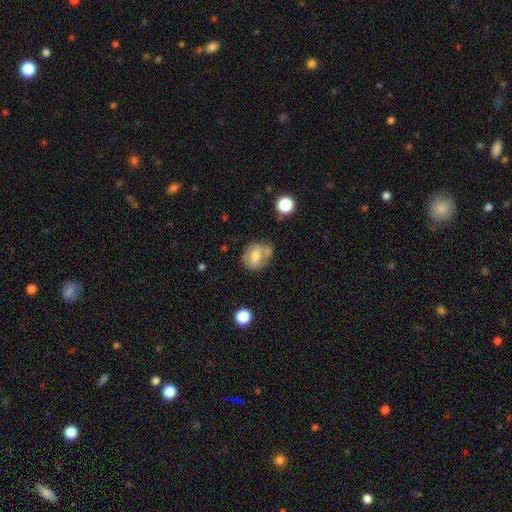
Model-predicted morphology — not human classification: smooth 55%, featured or disk 36%, star or artifact 9%. Down the decision tree: how rounded — round (51%); merging — none (49%).